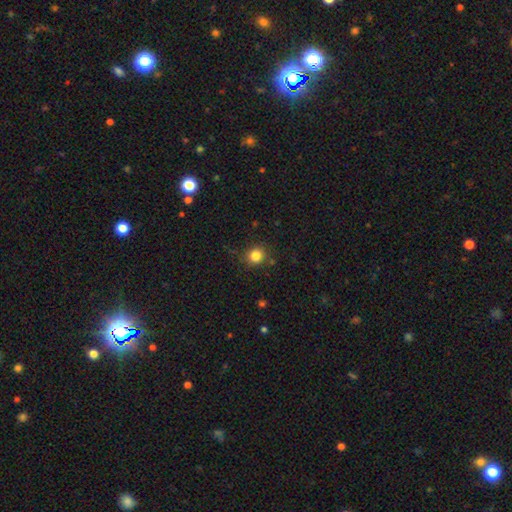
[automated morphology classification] smooth 83%, star or artifact 12%, featured or disk 5%. Down the decision tree: how rounded — round (88%); merging — none (85%).